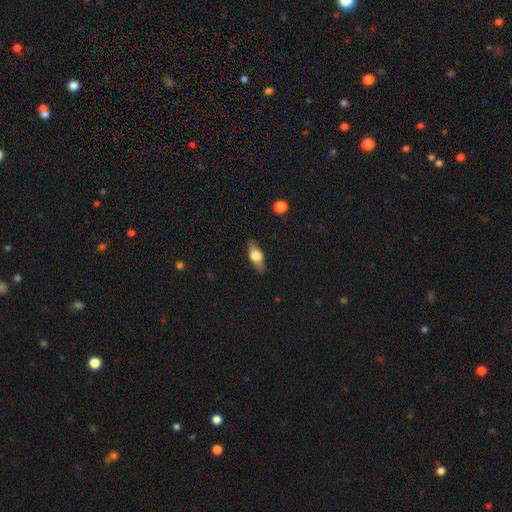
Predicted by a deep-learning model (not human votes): Smooth or featured? Predicted: smooth (p=0.53). How rounded? Predicted: in between (p=0.71). Merging? Predicted: none (p=0.85).